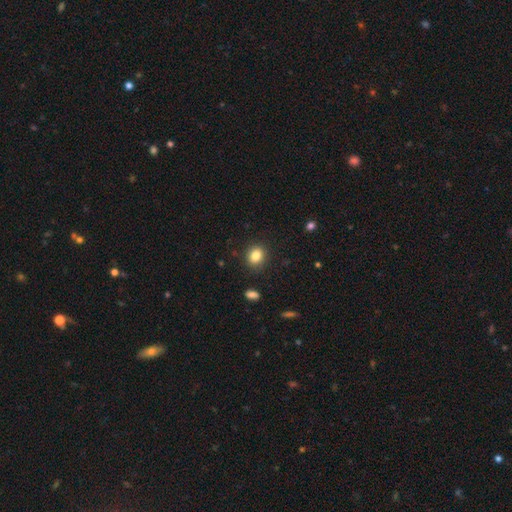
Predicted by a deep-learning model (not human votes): smooth_or_featured: smooth (p=0.84) [alt: star or artifact p=0.10]
how_rounded: round (p=0.58) [alt: in between p=0.41]
merging: none (p=0.88) [alt: minor disturbance p=0.09]